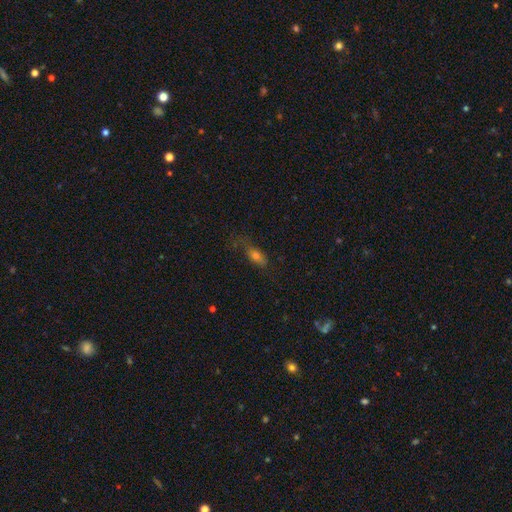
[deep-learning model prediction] Smooth or featured? Predicted: smooth (p=0.59). How rounded? Predicted: in between (p=0.60). Merging? Predicted: none (p=0.57).